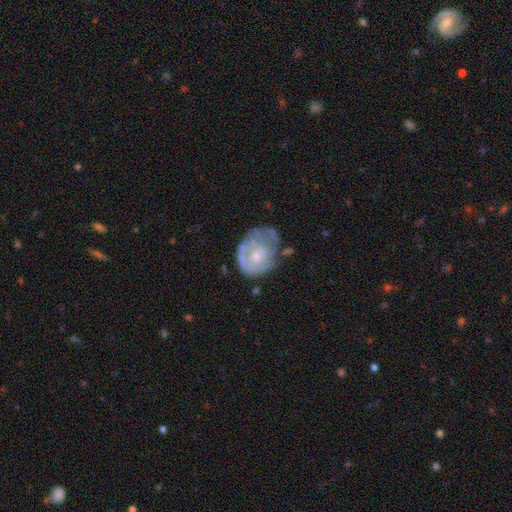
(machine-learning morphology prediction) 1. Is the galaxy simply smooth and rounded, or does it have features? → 60% featured or disk, 33% smooth, 7% star or artifact.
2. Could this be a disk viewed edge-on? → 97% no, 3% yes.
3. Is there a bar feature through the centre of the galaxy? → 80% no, 18% weak, 2% strong.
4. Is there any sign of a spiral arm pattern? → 53% no, 47% yes.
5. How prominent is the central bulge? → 45% small, 42% moderate, 8% none, 3% large, 1% dominant.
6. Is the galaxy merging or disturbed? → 44% none, 30% minor disturbance, 22% major disturbance, 4% merger.